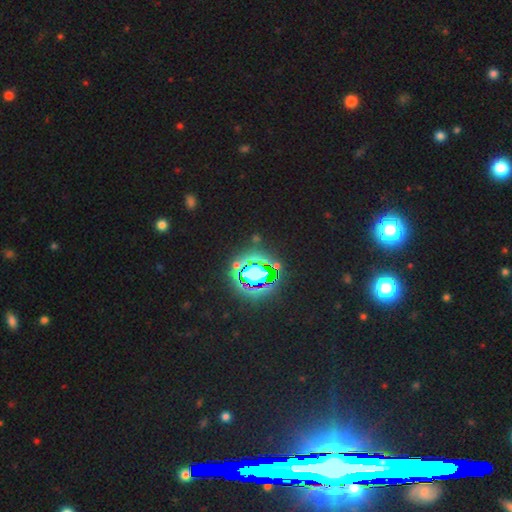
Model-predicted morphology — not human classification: A star or artifact, not a galaxy (81%).